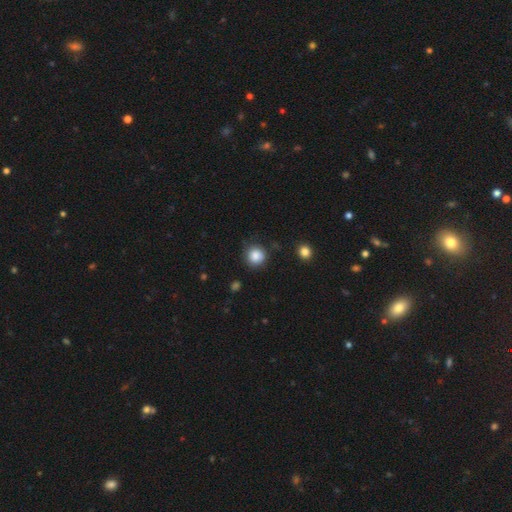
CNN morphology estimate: smooth_or_featured: smooth (p=0.86) [alt: star or artifact p=0.10]
how_rounded: round (p=0.92) [alt: in between p=0.07]
merging: none (p=0.83) [alt: minor disturbance p=0.12]